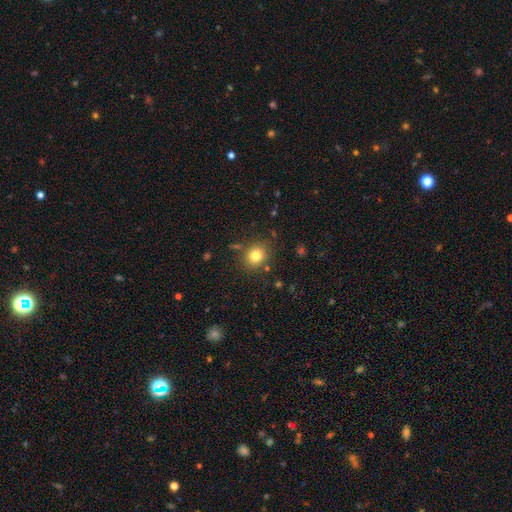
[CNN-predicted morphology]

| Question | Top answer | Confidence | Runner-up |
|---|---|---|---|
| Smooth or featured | smooth | 80% | star or artifact (13%) |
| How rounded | round | 76% | in between (24%) |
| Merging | none | 83% | minor disturbance (10%) |